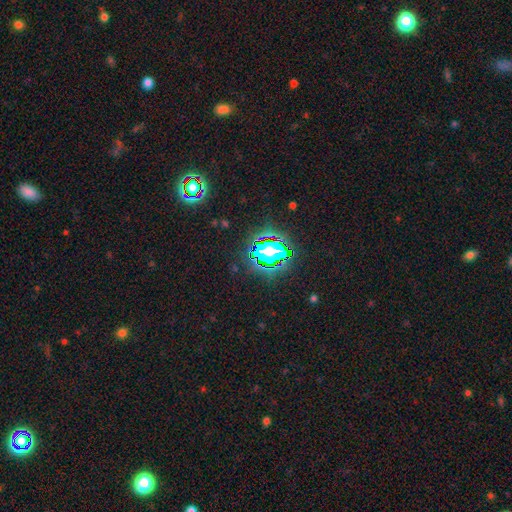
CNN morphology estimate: star or artifact 79%, smooth 14%, featured or disk 7%.